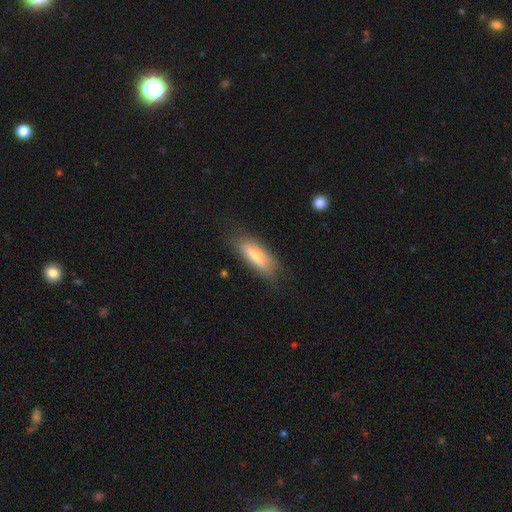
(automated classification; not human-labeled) Smooth or featured?
  - smooth: 67% *
  - featured or disk: 25%
  - star or artifact: 7%
How rounded?
  - in between: 56% *
  - cigar-shaped: 42%
  - round: 2%
Merging?
  - none: 75% *
  - minor disturbance: 18%
  - major disturbance: 5%
  - merger: 1%